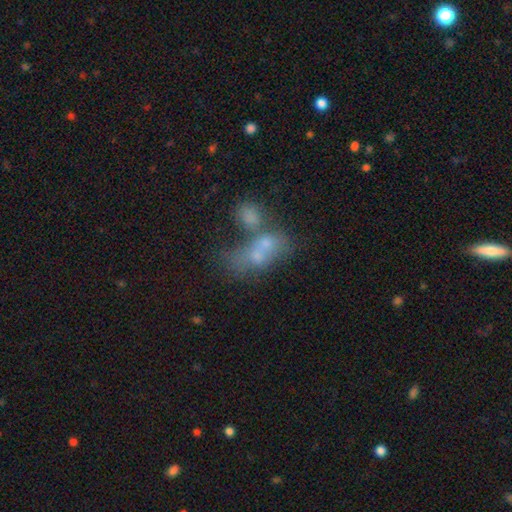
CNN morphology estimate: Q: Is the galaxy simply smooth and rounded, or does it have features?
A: smooth — 54%.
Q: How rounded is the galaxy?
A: in between — 75%.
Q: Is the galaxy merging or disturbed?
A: merger — 65%.